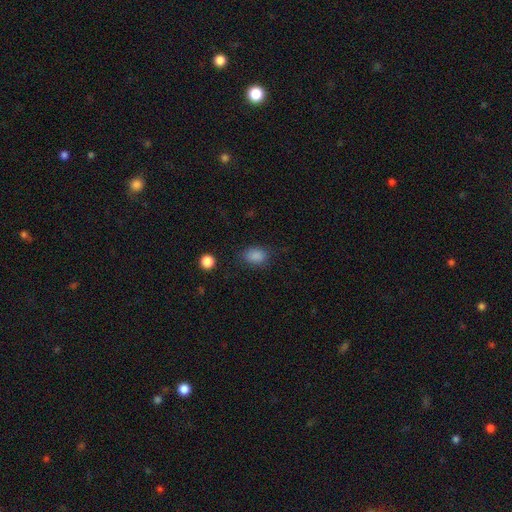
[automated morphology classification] type=smooth (86%); roundness=in between (73%); merging=none (78%).